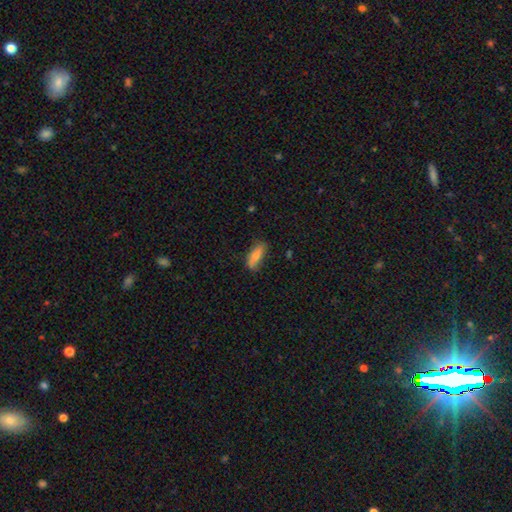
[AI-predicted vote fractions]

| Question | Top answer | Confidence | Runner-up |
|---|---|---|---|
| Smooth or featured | smooth | 71% | featured or disk (21%) |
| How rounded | in between | 56% | cigar-shaped (41%) |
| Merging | none | 76% | minor disturbance (19%) |